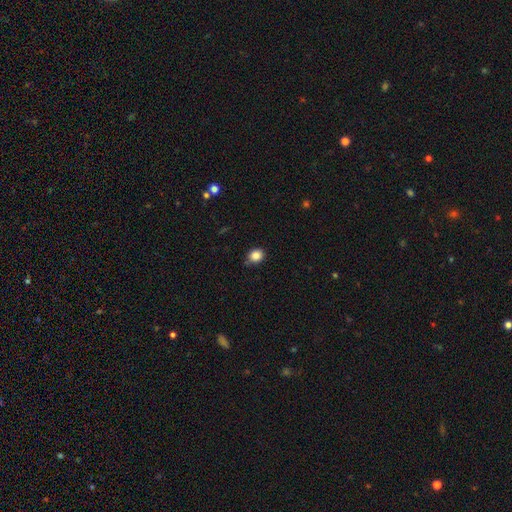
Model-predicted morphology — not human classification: Smooth or featured: smooth — 85% (star or artifact — 10%)
How rounded: round — 67% (in between — 32%)
Merging: none — 76% (minor disturbance — 19%)